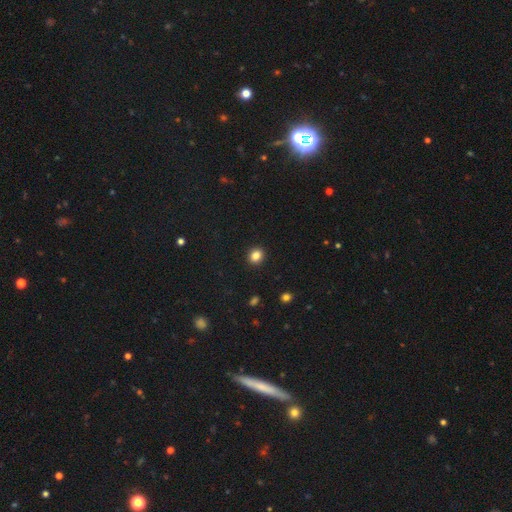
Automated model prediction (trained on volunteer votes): The model was most divided on "how rounded": round: 81%, in between: 18%, cigar-shaped: 1%. More confident: merging — none (92%); smooth or featured — smooth (84%).